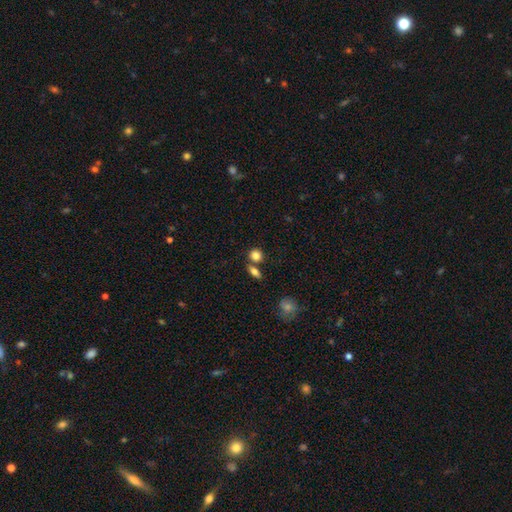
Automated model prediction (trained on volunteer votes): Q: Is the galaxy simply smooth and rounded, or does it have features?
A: smooth — 83%.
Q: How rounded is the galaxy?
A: round — 71%.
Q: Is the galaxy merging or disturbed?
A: none — 62%.